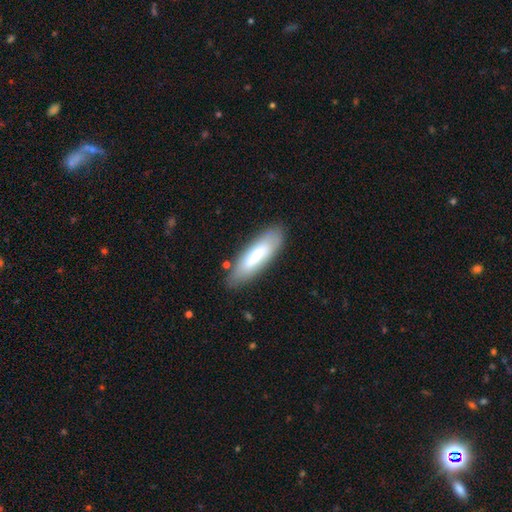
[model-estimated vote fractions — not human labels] This is likely a smooth galaxy (68%). How rounded: possibly cigar-shaped (56%). Merging: clearly none (81%).